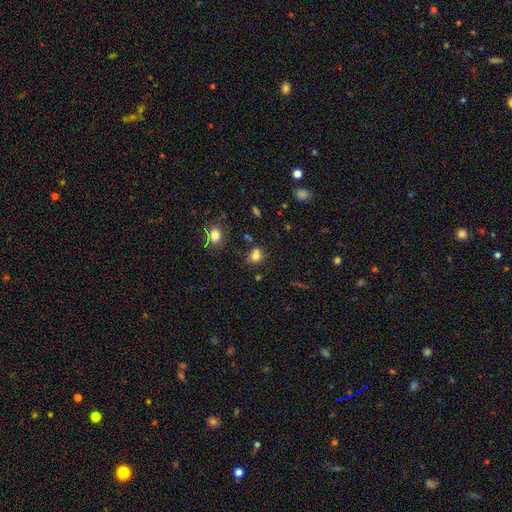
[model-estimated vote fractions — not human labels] Morphology: type=smooth (75%); roundness=round (66%); merging=none (57%).